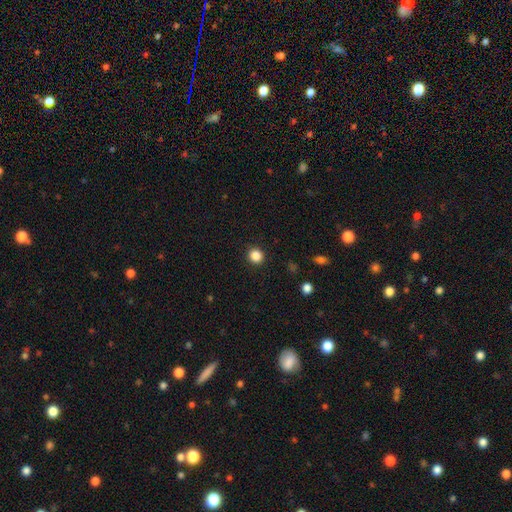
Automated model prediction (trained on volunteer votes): Smooth or featured? smooth (85%)
How rounded? round (91%)
Merging? none (92%)